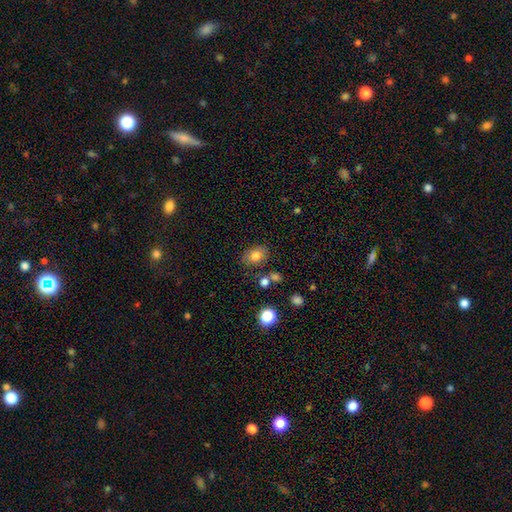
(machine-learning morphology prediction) Smooth or featured: smooth — 79% (star or artifact — 11%)
How rounded: in between — 70% (round — 29%)
Merging: none — 78% (minor disturbance — 13%)